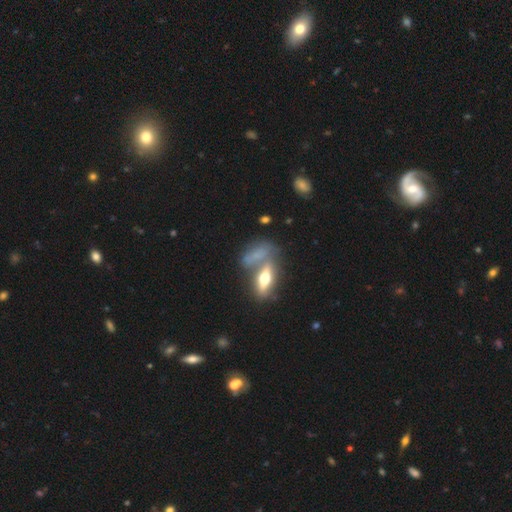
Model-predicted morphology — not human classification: type=smooth (48%); merging=none (41%).